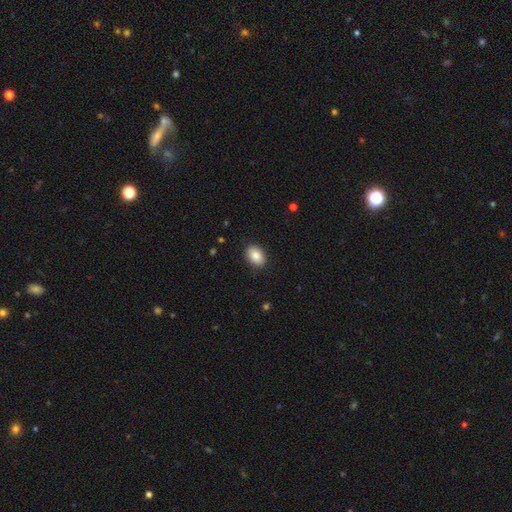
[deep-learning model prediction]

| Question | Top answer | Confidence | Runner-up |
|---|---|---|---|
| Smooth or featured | smooth | 86% | star or artifact (7%) |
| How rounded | in between | 84% | round (15%) |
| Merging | none | 87% | minor disturbance (10%) |